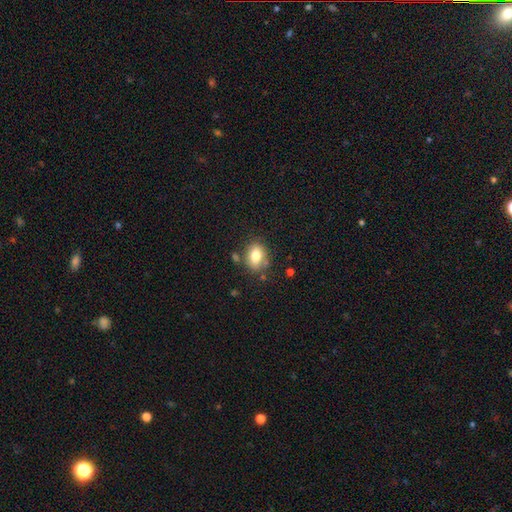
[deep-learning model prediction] Morphology: type=smooth (77%); roundness=in between (60%); merging=none (72%).